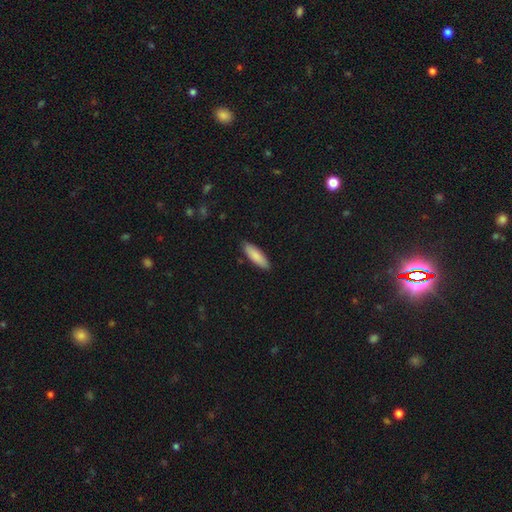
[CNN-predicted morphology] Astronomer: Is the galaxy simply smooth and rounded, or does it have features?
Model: smooth — 86%.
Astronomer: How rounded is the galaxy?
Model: cigar-shaped — 56% (runner-up: in between, 42%).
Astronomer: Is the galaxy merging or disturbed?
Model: none — 87%.